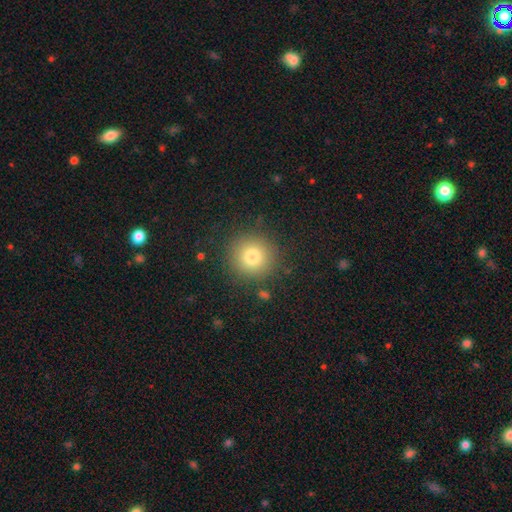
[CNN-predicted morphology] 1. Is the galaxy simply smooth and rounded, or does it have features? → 80% smooth, 12% star or artifact, 8% featured or disk.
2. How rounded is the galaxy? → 95% round, 4% in between, 1% cigar-shaped.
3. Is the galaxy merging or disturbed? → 88% none, 7% minor disturbance, 3% major disturbance, 2% merger.